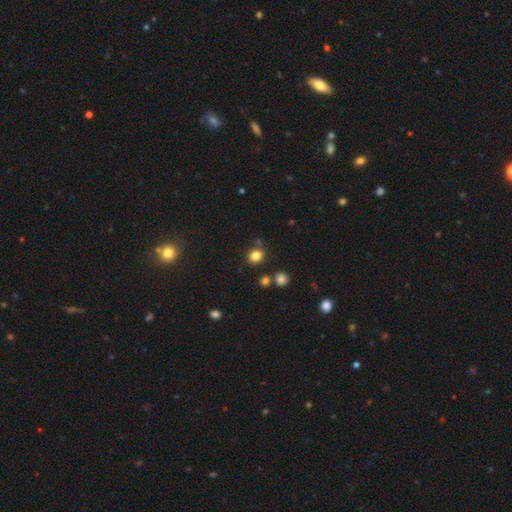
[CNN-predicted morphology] This appears to be a smooth galaxy with no disk features (81%) that is round (72%). Merging: none (79%).